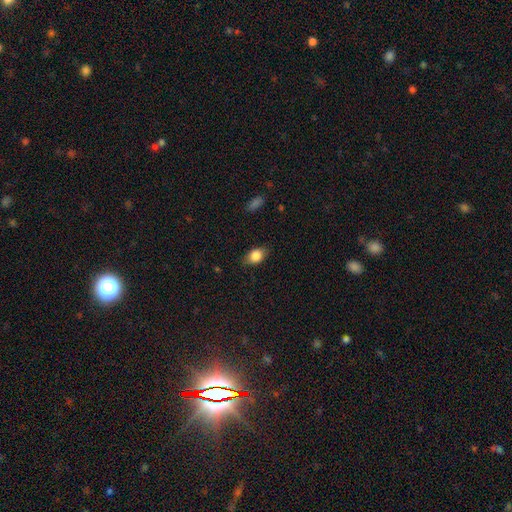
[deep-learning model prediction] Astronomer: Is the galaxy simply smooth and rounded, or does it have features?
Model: smooth — 84%.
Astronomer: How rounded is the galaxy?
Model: in between — 80%.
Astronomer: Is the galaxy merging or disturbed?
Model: none — 80%.